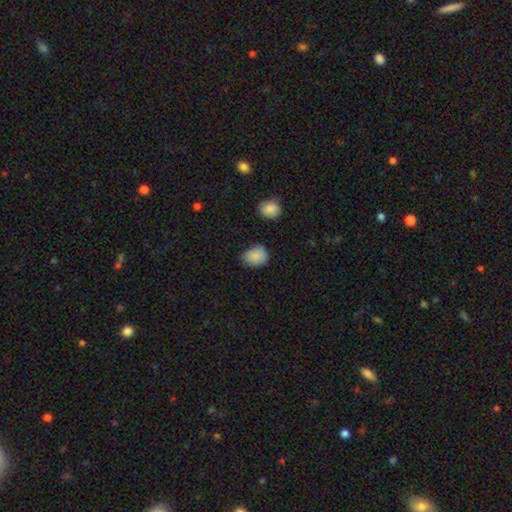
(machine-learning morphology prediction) Q: Smooth or featured?
A: smooth (87%); runner-up: star or artifact (9%)
Q: How rounded?
A: in between (53%); runner-up: round (46%)
Q: Merging?
A: none (73%); runner-up: minor disturbance (21%)